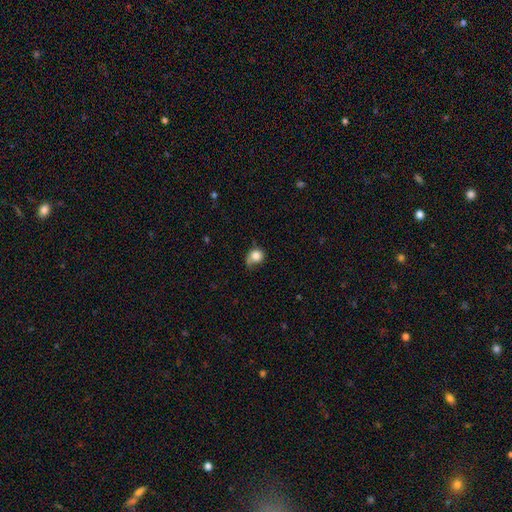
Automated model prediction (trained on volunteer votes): Smooth or featured: smooth — 80% (featured or disk — 11%)
How rounded: round — 71% (in between — 28%)
Merging: none — 40% (minor disturbance — 38%)